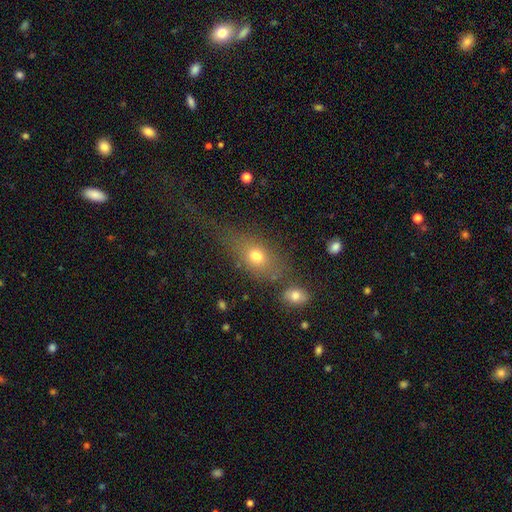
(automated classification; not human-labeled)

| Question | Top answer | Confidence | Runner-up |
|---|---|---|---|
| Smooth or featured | smooth | 69% | featured or disk (17%) |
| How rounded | in between | 63% | round (28%) |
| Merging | none | 48% | major disturbance (18%) |